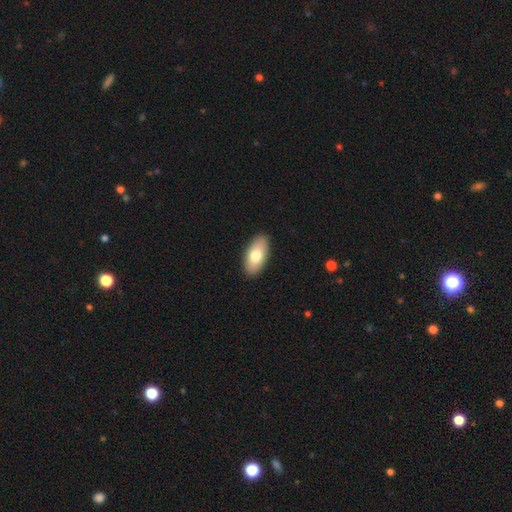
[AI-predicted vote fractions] Smooth or featured?
  - smooth: 76% *
  - featured or disk: 18%
  - star or artifact: 6%
How rounded?
  - in between: 92% *
  - cigar-shaped: 5%
  - round: 3%
Merging?
  - none: 90% *
  - minor disturbance: 7%
  - major disturbance: 2%
  - merger: 1%